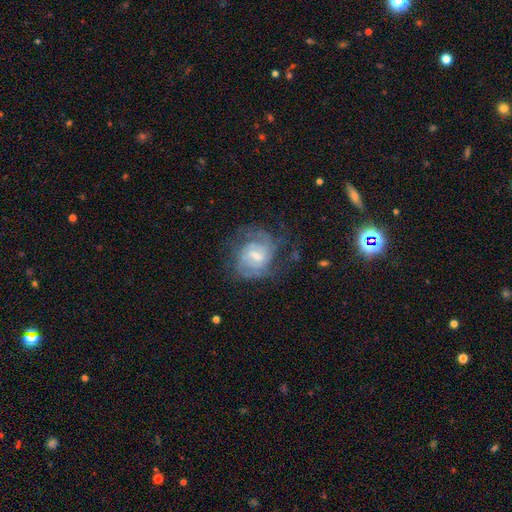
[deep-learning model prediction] featured or disk 75%, smooth 17%, star or artifact 7%. Down the decision tree: edge-on disk — no (97%); bar — weak (61%); spiral arms — yes (87%); spiral arm count — can't tell (38%); spiral winding — tight (48%); bulge size — small (45%); merging — none (55%).